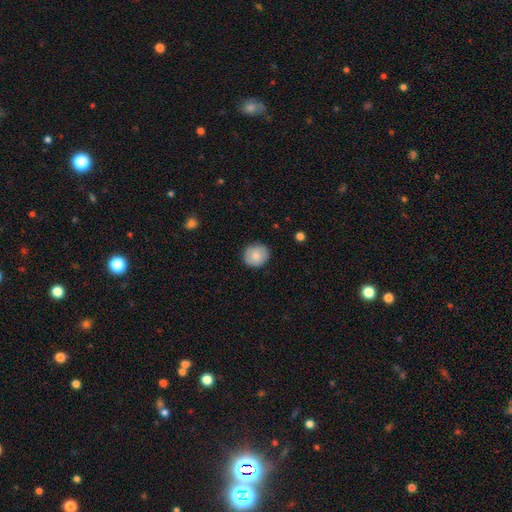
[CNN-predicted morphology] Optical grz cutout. It shows a smooth galaxy with no disk features (73%) that is round (84%). Merging: none (84%).